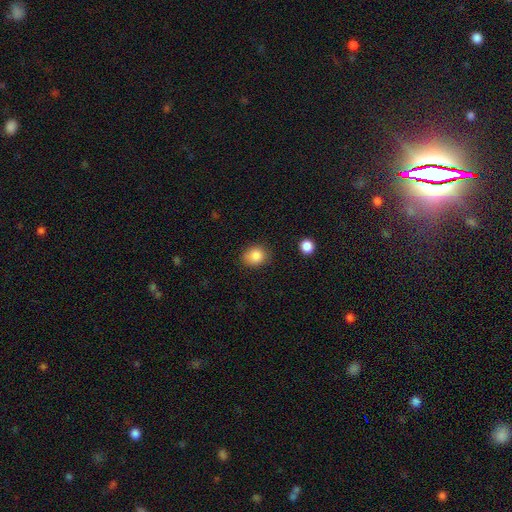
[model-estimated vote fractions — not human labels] smooth_or_featured: smooth (p=0.86) [alt: star or artifact p=0.09]
how_rounded: round (p=0.57) [alt: in between p=0.42]
merging: none (p=0.79) [alt: minor disturbance p=0.15]